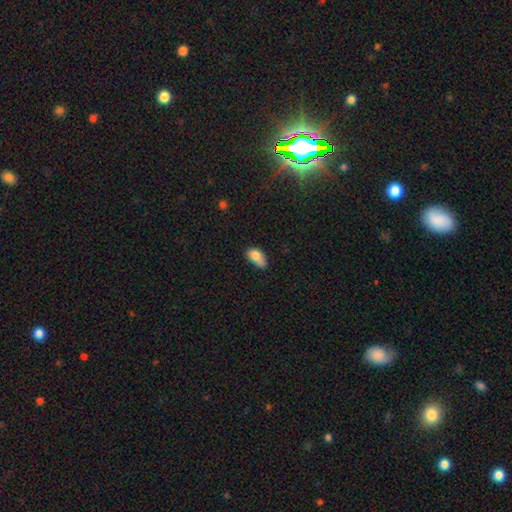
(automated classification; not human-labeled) Overall: smooth (78%). How rounded: in between (87%). Merging: minor disturbance (36%; none 35%).